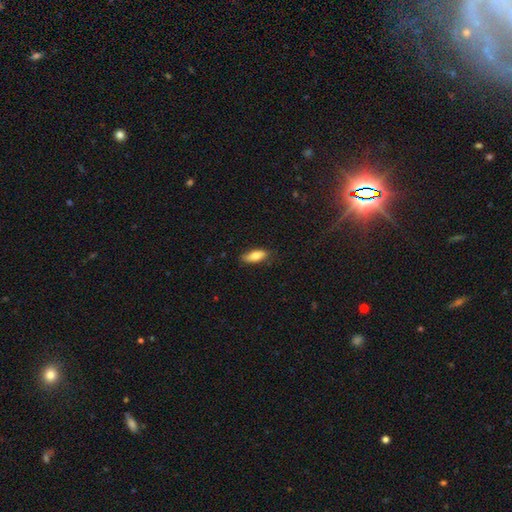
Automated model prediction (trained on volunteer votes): This is clearly a smooth galaxy (82%). How rounded: likely in between (76%). Merging: likely none (79%).